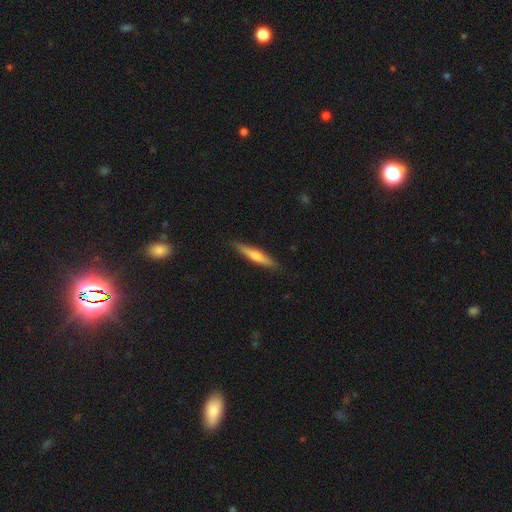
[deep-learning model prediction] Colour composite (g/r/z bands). It shows a smooth galaxy with no disk features (50%). Merging: none (89%).